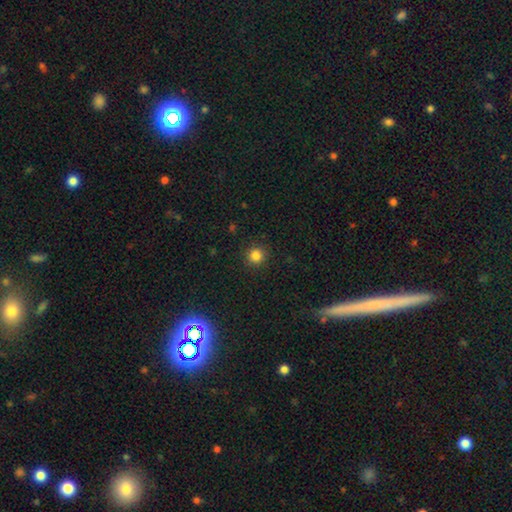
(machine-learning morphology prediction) Smooth or featured? smooth (83%)
How rounded? round (94%)
Merging? none (91%)